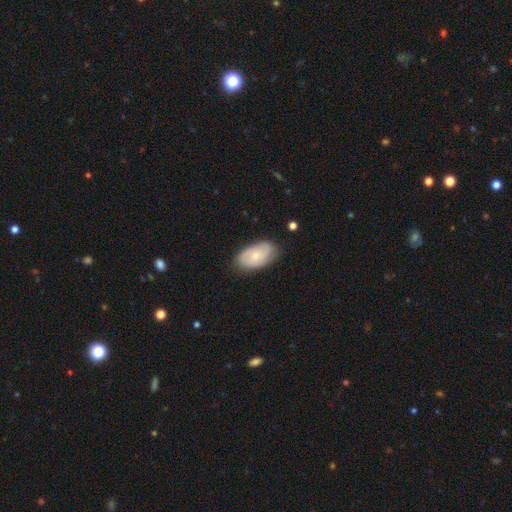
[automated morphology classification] Smooth or featured? smooth (48%)
Merging? none (77%)